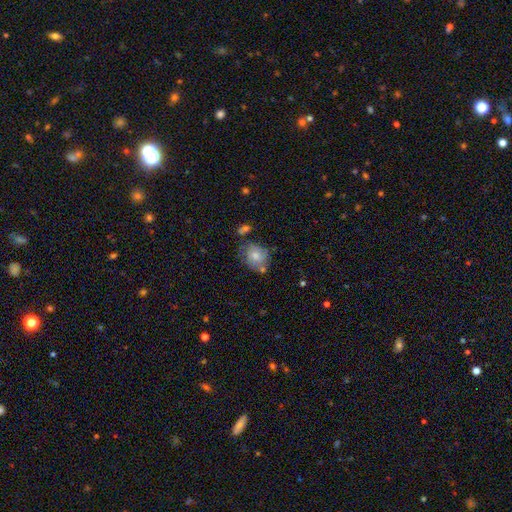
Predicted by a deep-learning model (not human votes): The model was most divided on "how rounded": round: 63%, in between: 36%, cigar-shaped: 1%. More confident: smooth or featured — smooth (62%); merging — none (53%).